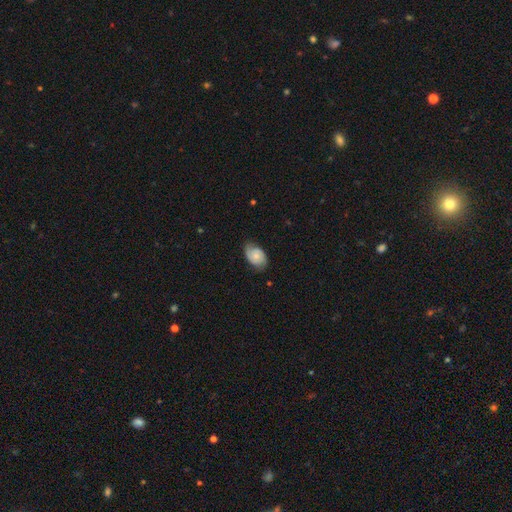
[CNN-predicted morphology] The model was most divided on "smooth or featured": featured or disk: 49%, smooth: 44%, star or artifact: 7%. More confident: merging — none (66%).